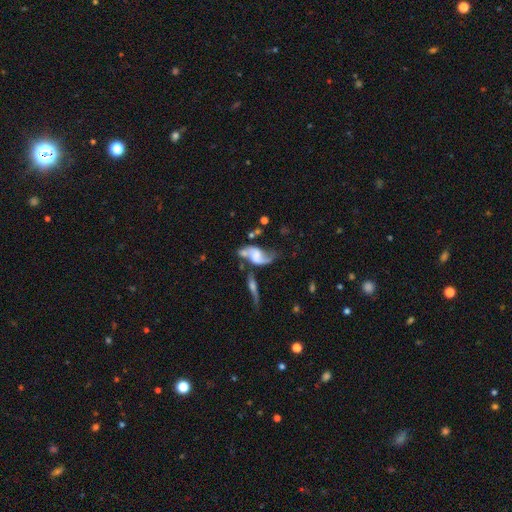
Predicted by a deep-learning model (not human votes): This is likely a featured or disk galaxy (72%). It is clearly not viewed edge-on (93%). Bar: possibly no (56%). Spiral arm pattern: clearly yes (86%). Spiral arm count: clearly 2 (84%). Spiral winding: likely loose (69%). Central bulge: marginally none (43%). Merging: marginally merger (32%).